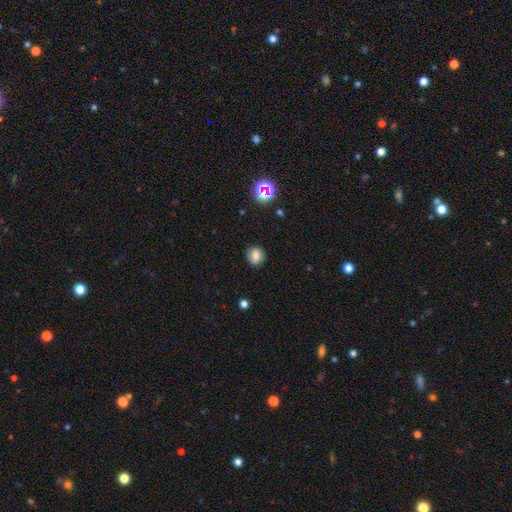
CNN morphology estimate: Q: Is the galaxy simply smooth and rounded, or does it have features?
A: smooth — 75%.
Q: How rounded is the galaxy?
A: round — 75%.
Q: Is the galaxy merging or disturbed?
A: none — 85%.